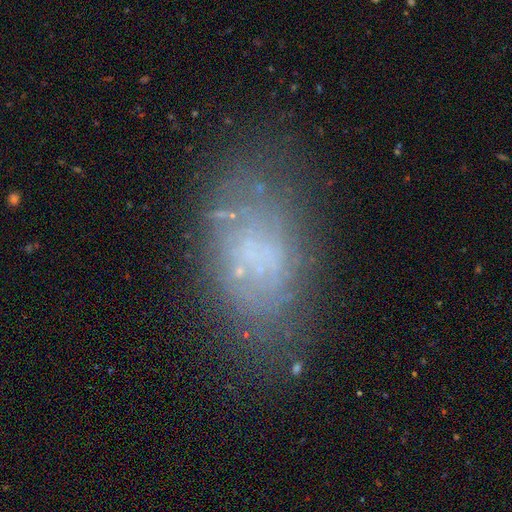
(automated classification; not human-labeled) A featured or disk galaxy (43%, tied with smooth). Merging: none (64%).